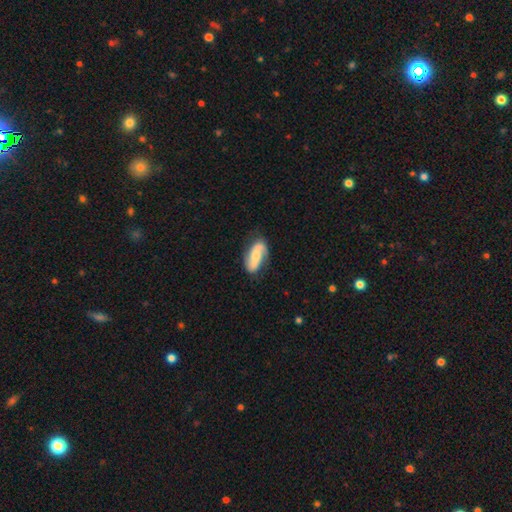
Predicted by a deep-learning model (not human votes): This is possibly a featured or disk galaxy (60%). It is clearly not viewed edge-on (92%). Bar: possibly no (50%). Spiral arm pattern: clearly yes (90%). Central bulge: marginally moderate (45%). Merging: likely none (73%).